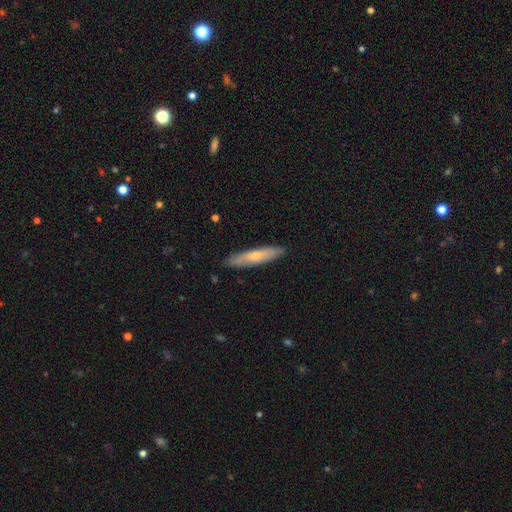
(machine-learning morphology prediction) smooth-or-featured: smooth: 51% | featured or disk: 42% | star or artifact: 6%
  how-rounded: cigar-shaped: 85% | in between: 13% | round: 2%
  merging: none: 88% | minor disturbance: 9% | major disturbance: 2% | merger: 1%